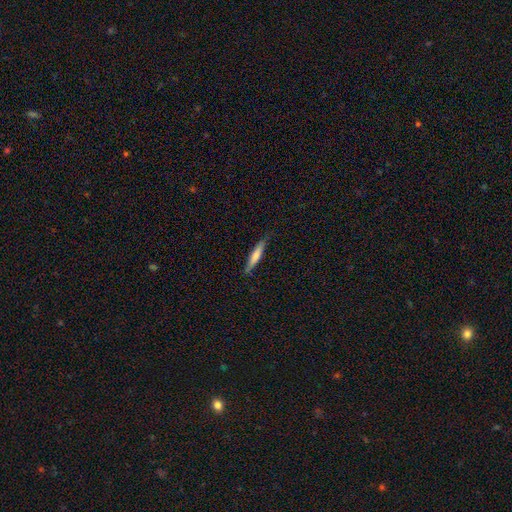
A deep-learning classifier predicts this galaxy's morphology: Smooth or featured: smooth — 64% (featured or disk — 30%)
How rounded: cigar-shaped — 91% (in between — 8%)
Merging: none — 82% (minor disturbance — 14%)